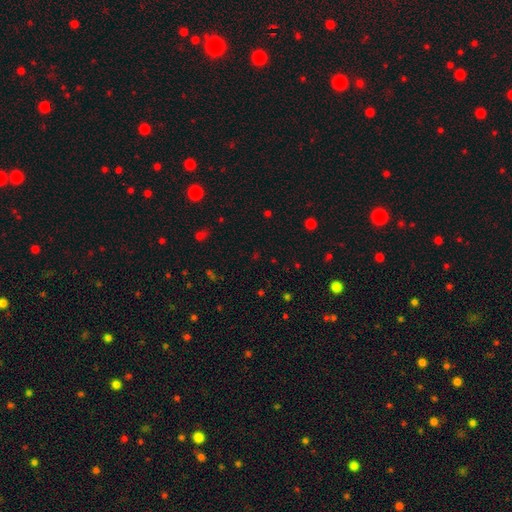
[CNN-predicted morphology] A star or artifact, not a galaxy (60%).